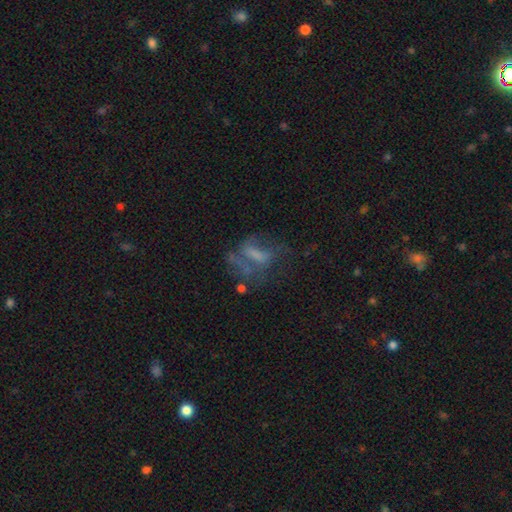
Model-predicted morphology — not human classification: A featured or disk galaxy (49%).

Vote fractions:
- Smooth or featured? featured or disk: 49% / smooth: 33% / star or artifact: 18%
- Merging? major disturbance: 44% / none: 32% / minor disturbance: 17% / merger: 7%